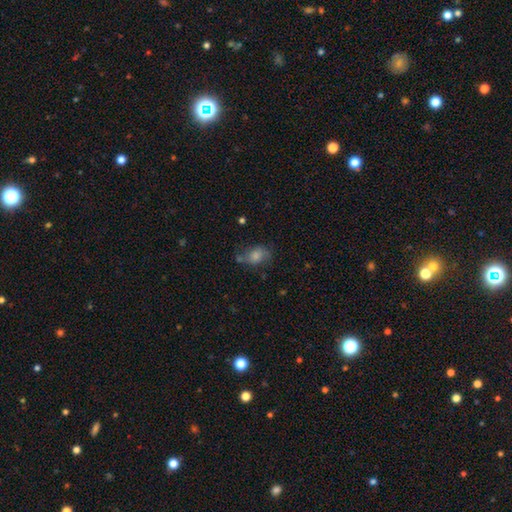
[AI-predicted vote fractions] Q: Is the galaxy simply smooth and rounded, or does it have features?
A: smooth — 69%.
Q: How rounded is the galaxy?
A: in between — 71%.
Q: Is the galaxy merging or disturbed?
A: none — 56%.